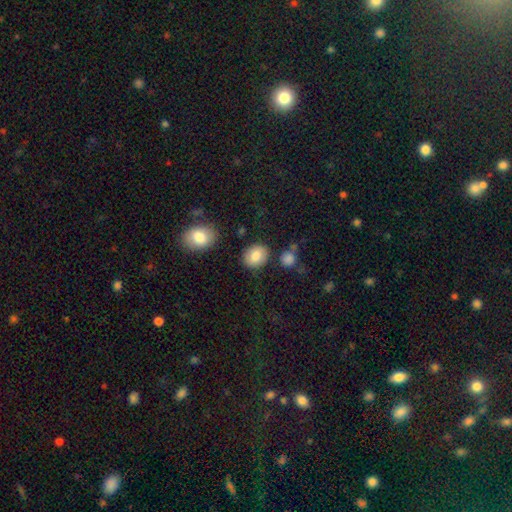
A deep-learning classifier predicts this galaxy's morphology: The model was most divided on "how rounded": round: 51%, in between: 48%, cigar-shaped: 1%. More confident: smooth or featured — smooth (84%); merging — none (84%).